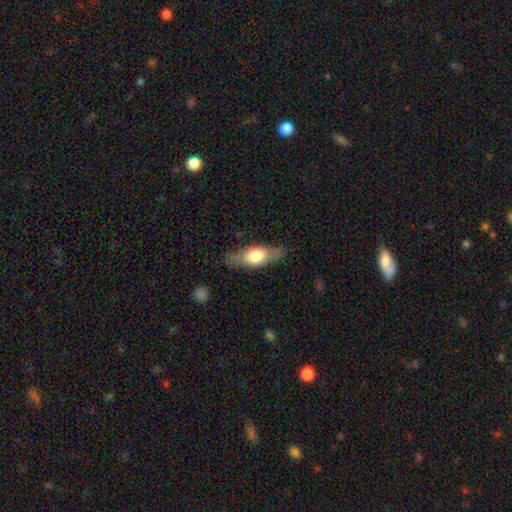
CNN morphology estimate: A smooth galaxy with no disk features (58%) that is in between round and cigar-shaped (69%). Merging: none (75%).